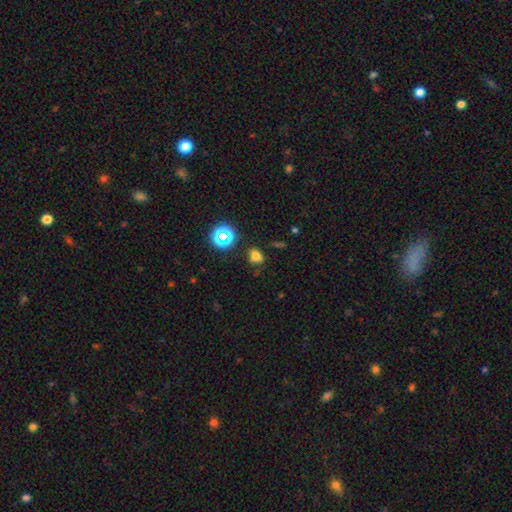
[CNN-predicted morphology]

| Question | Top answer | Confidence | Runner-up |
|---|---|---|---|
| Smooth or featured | smooth | 68% | star or artifact (24%) |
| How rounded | round | 50% | in between (48%) |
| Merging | none | 73% | minor disturbance (17%) |